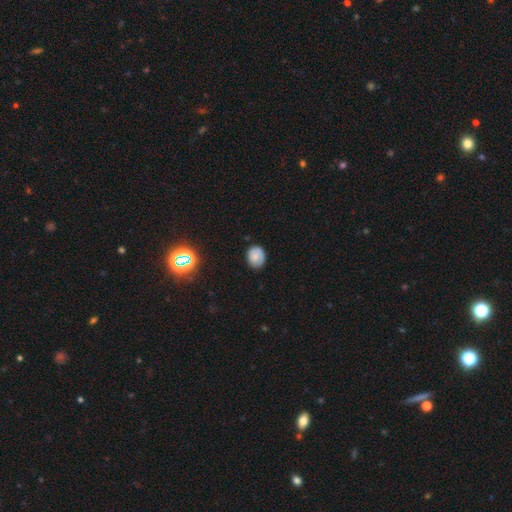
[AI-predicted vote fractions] smooth 74%, featured or disk 15%, star or artifact 11%. Down the decision tree: how rounded — round (53%); merging — none (77%).